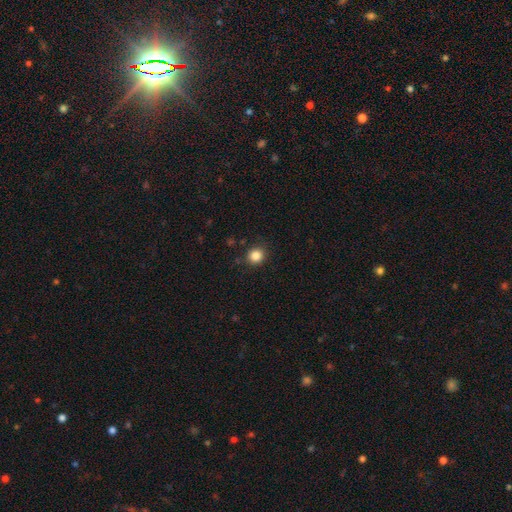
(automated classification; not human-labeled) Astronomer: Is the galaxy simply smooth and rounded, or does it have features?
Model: smooth — 85%.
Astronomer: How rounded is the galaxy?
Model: round — 86%.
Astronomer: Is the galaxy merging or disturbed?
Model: none — 87%.